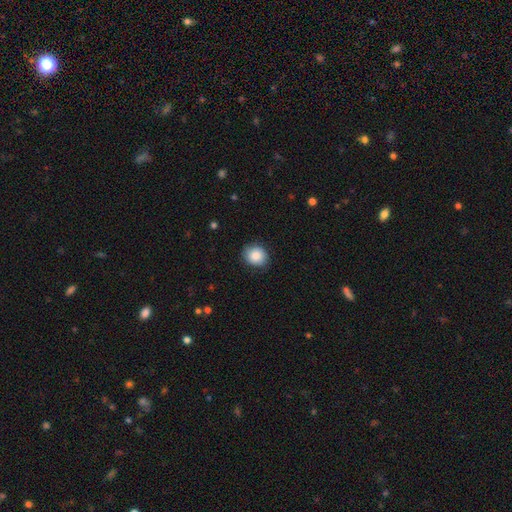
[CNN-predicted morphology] This is clearly a smooth galaxy (87%). How rounded: likely round (79%). Merging: clearly none (85%).